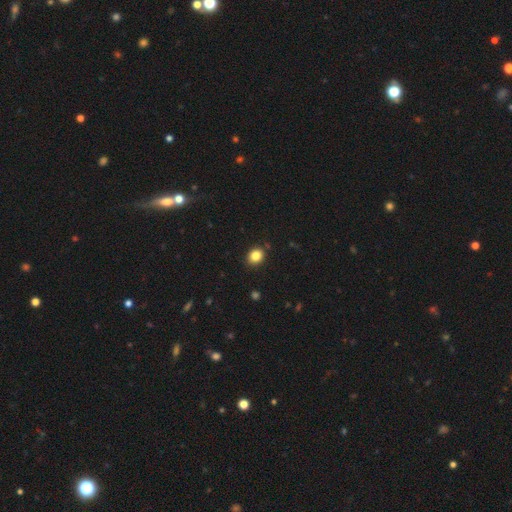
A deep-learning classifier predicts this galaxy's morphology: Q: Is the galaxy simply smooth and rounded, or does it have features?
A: smooth — 84%.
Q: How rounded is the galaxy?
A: round — 62%.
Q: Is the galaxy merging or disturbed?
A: none — 88%.